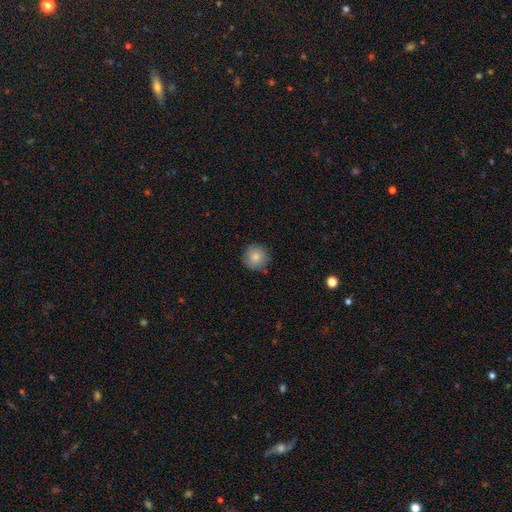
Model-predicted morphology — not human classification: Overall: smooth (79%). How rounded: round (95%). Merging: none (86%).